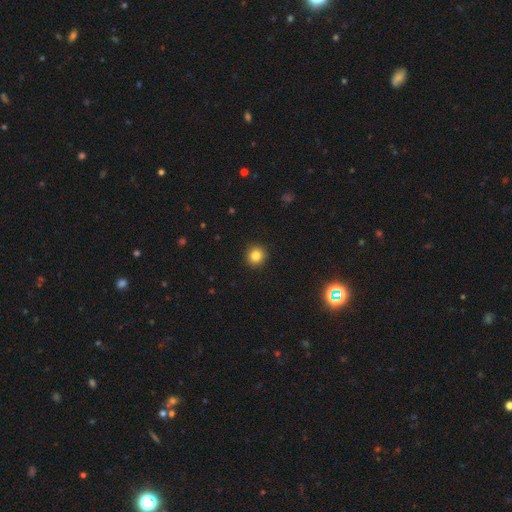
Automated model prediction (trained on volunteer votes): A smooth galaxy with no disk features (84%) that is round (94%).

Vote fractions:
- Smooth or featured? smooth: 84% / star or artifact: 11% / featured or disk: 5%
- How rounded? round: 94% / in between: 5% / cigar-shaped: 1%
- Merging? none: 93% / minor disturbance: 4% / major disturbance: 2% / merger: 1%